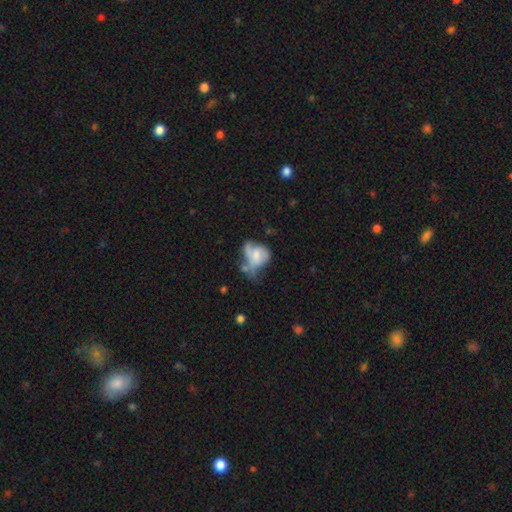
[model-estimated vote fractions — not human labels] Q: Smooth or featured?
A: smooth (49%); runner-up: featured or disk (43%)
Q: Merging?
A: major disturbance (35%); runner-up: minor disturbance (26%)